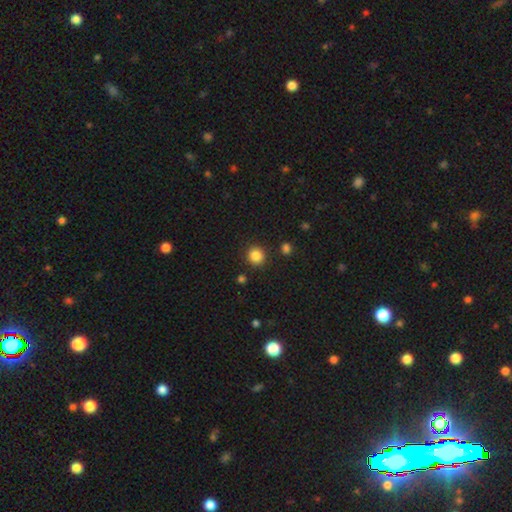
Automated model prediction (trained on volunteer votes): This appears to be a smooth galaxy with no disk features (85%) that is round (93%). Merging: none (89%).